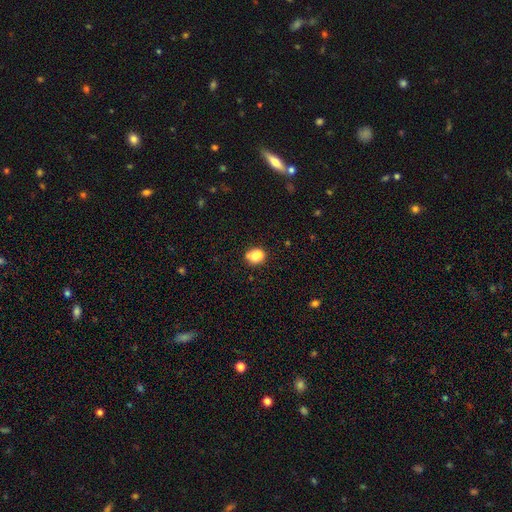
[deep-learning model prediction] This is likely a smooth galaxy (79%). How rounded: likely round (61%). Merging: likely none (63%).